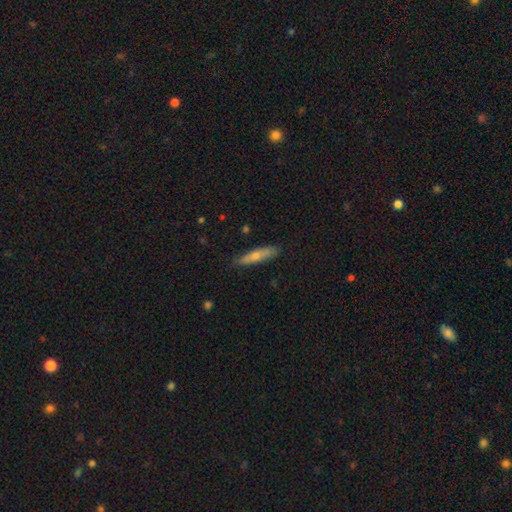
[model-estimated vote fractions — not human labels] Q: Smooth or featured?
A: smooth (58%); runner-up: featured or disk (36%)
Q: How rounded?
A: cigar-shaped (87%); runner-up: in between (11%)
Q: Merging?
A: none (86%); runner-up: minor disturbance (11%)